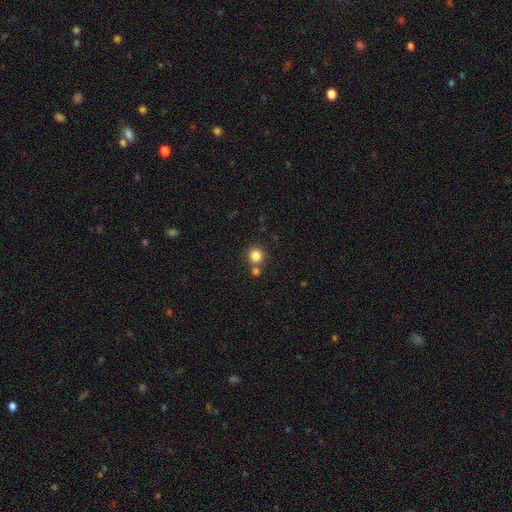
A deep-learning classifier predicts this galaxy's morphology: Smooth or featured? smooth (83%)
How rounded? round (92%)
Merging? none (70%)